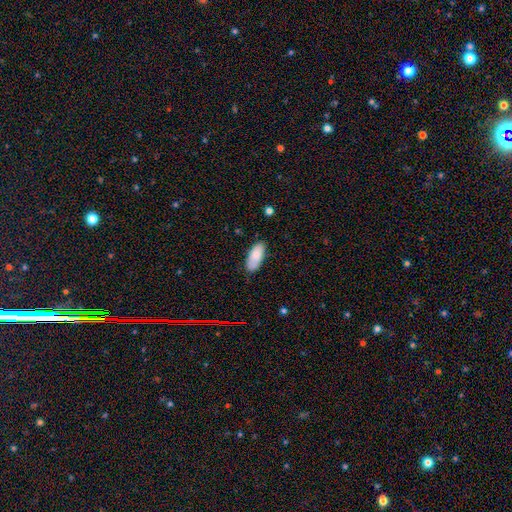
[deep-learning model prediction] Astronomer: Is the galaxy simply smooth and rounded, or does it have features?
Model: smooth — 82%.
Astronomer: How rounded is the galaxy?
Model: in between — 86%.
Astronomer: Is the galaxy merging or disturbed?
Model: none — 74%.